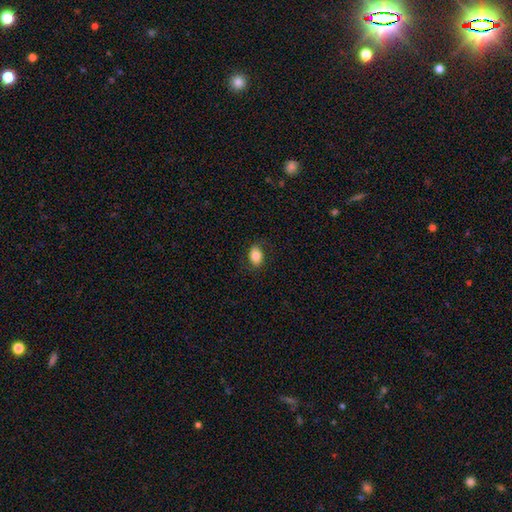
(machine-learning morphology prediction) A smooth galaxy with no disk features (83%) that is in between round and cigar-shaped (77%). Merging: none (82%).